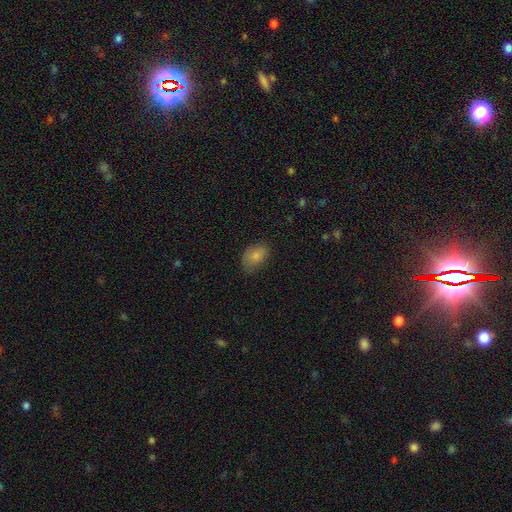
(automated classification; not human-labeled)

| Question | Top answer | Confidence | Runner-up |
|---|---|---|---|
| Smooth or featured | smooth | 83% | featured or disk (9%) |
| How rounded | in between | 86% | round (12%) |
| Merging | none | 65% | minor disturbance (27%) |